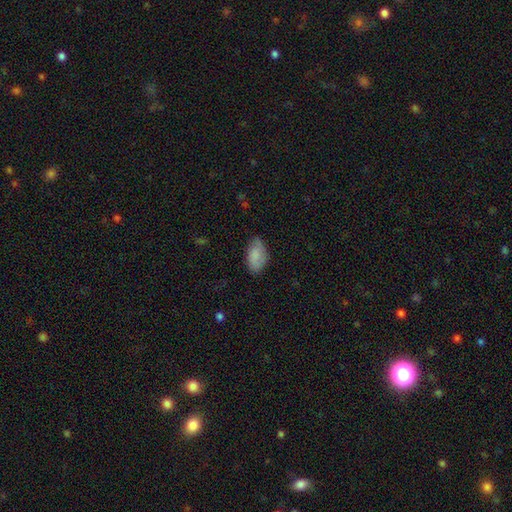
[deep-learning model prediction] Morphology: type=smooth (82%); roundness=in between (94%); merging=none (68%).